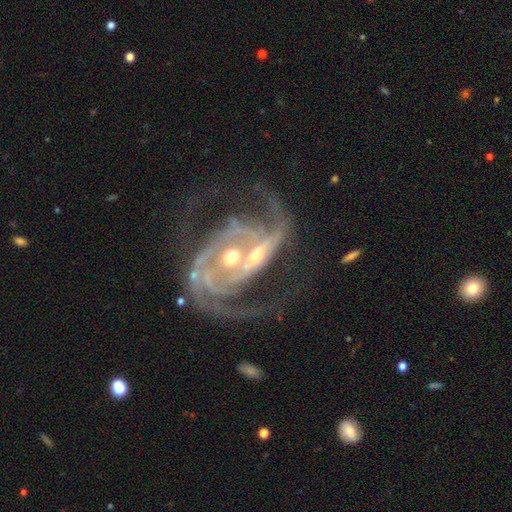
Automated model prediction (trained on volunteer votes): Smooth or featured? featured or disk (79%)
Edge-on disk? no (93%)
Bar? no (67%)
Spiral arms? yes (81%)
Spiral winding? medium (36%)
Spiral arm count? 2 (38%)
Bulge size? moderate (52%)
Merging? merger (40%)